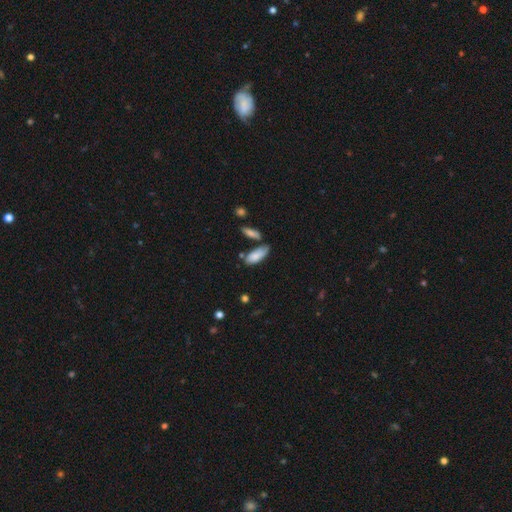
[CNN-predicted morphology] A smooth galaxy with no disk features (80%) that is in between round and cigar-shaped (76%). Merging: none (54%).